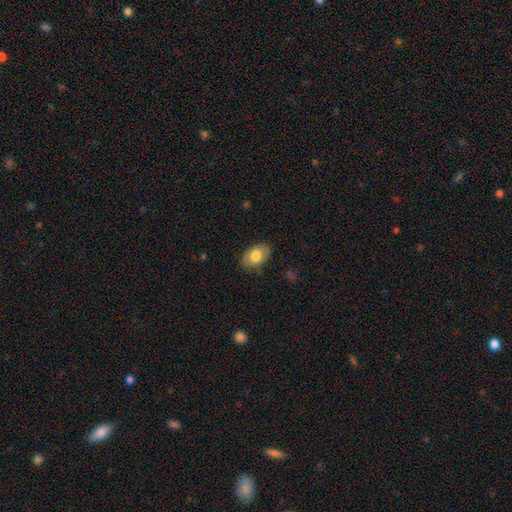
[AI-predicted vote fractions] A smooth galaxy with no disk features (75%) that is in between round and cigar-shaped (89%). Merging: none (81%).